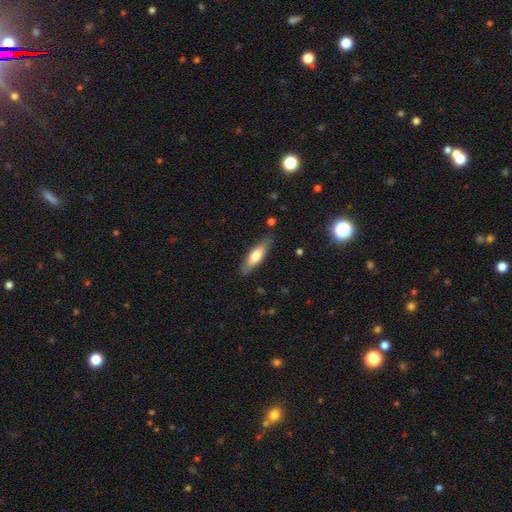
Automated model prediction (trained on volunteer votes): This is likely a smooth galaxy (64%). How rounded: possibly cigar-shaped (56%). Merging: clearly none (84%).